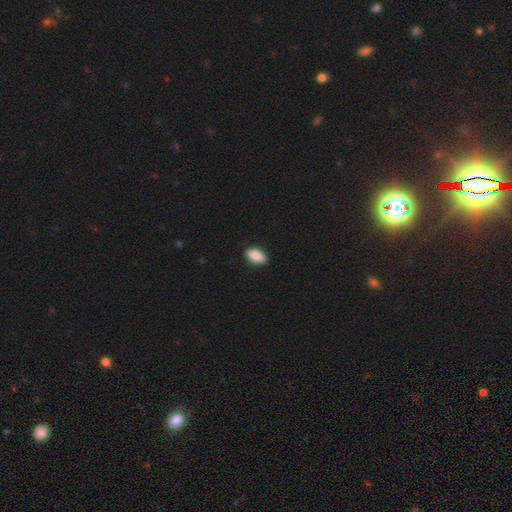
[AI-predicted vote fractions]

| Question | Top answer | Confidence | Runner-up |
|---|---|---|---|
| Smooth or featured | smooth | 89% | star or artifact (7%) |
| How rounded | in between | 92% | round (5%) |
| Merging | none | 89% | minor disturbance (9%) |